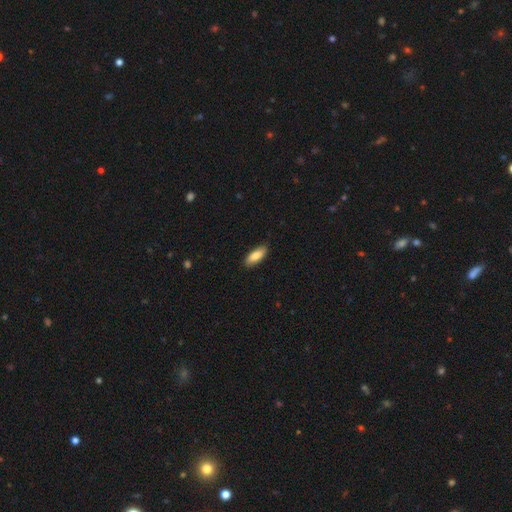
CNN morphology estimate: Smooth or featured?
  - smooth: 83% *
  - featured or disk: 11%
  - star or artifact: 6%
How rounded?
  - in between: 74% *
  - cigar-shaped: 24%
  - round: 2%
Merging?
  - none: 86% *
  - minor disturbance: 11%
  - major disturbance: 2%
  - merger: 1%